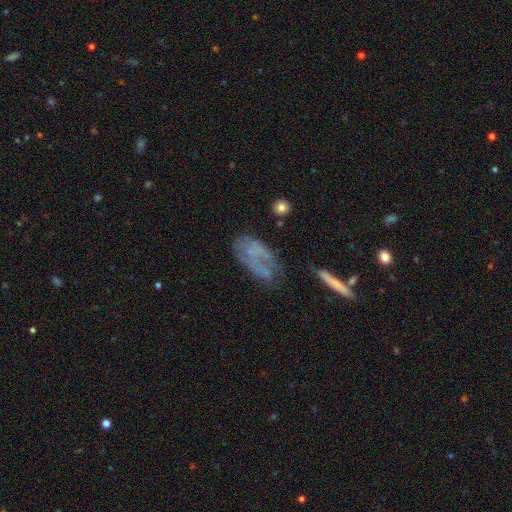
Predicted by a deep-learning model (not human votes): Smooth or featured? Predicted: featured or disk (p=0.51). Edge-on disk? Predicted: no (p=0.92). Merging? Predicted: none (p=0.42).